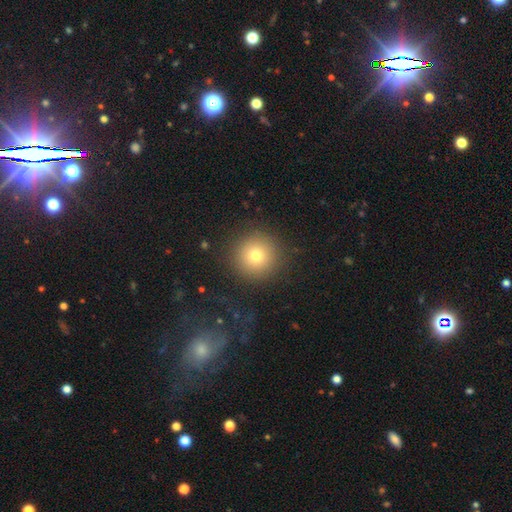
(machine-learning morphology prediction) Smooth or featured? smooth (75%)
How rounded? round (95%)
Merging? none (88%)